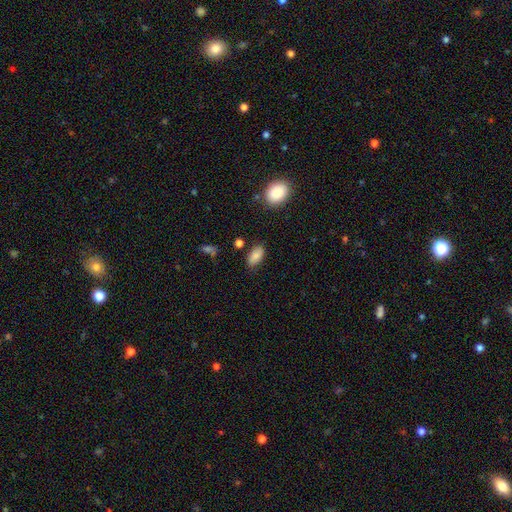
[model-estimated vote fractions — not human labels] Smooth or featured? Predicted: smooth (p=0.85). How rounded? Predicted: in between (p=0.93). Merging? Predicted: none (p=0.79).